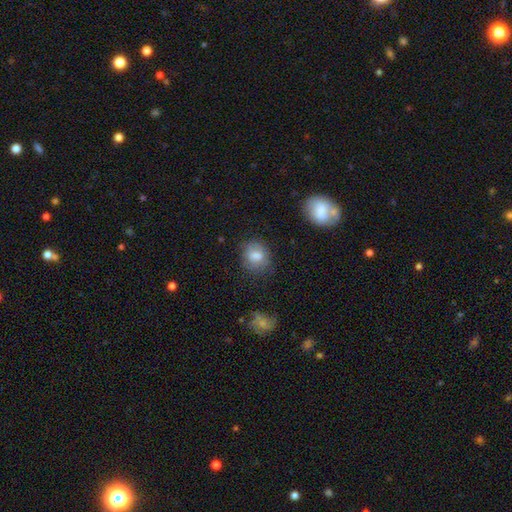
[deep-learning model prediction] Morphology: type=smooth (78%); roundness=round (59%); merging=none (75%).